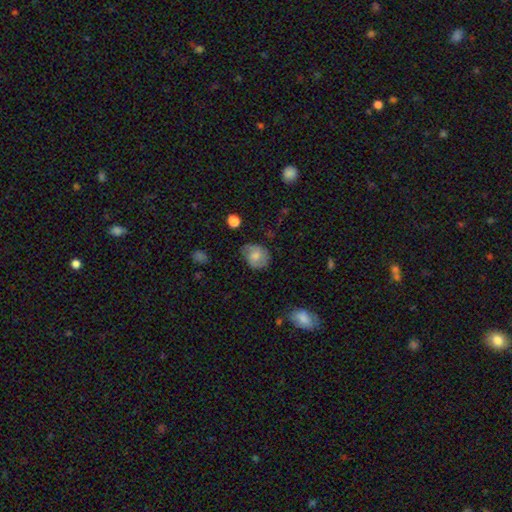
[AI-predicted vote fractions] Smooth or featured? smooth (60%)
How rounded? round (61%)
Merging? none (60%)